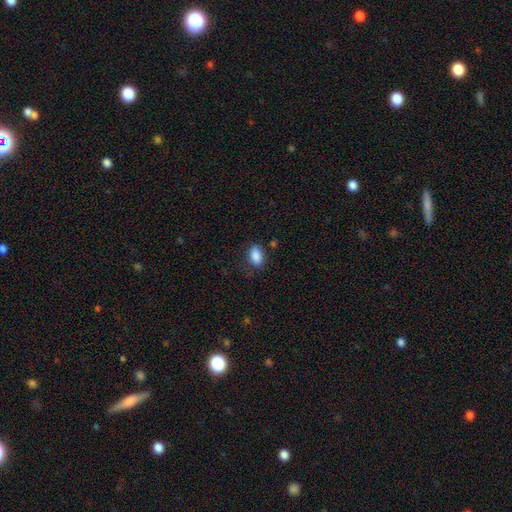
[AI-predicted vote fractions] Smooth or featured?
  - smooth: 87% *
  - star or artifact: 8%
  - featured or disk: 5%
How rounded?
  - in between: 89% *
  - round: 8%
  - cigar-shaped: 3%
Merging?
  - none: 74% *
  - minor disturbance: 19%
  - major disturbance: 5%
  - merger: 2%